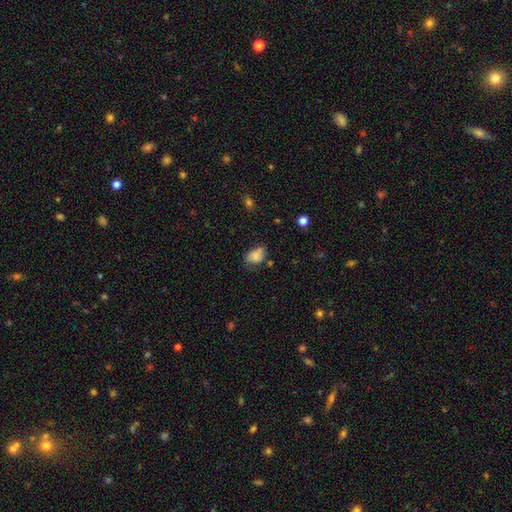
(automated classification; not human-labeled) Overall: smooth (76%). How rounded: in between (84%). Merging: none (50%; minor disturbance 34%).